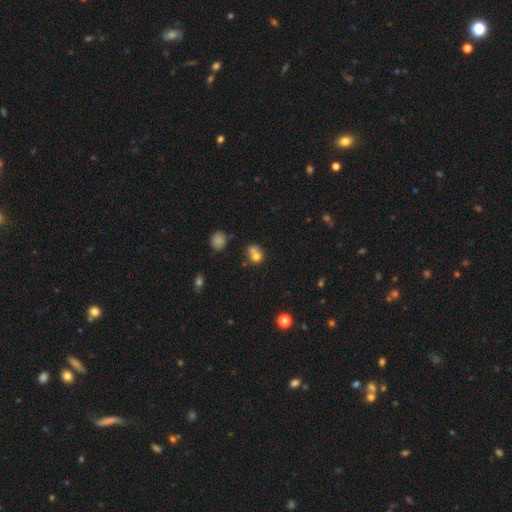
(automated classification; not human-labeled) Morphology: type=smooth (72%); roundness=round (74%); merging=merger (53%).